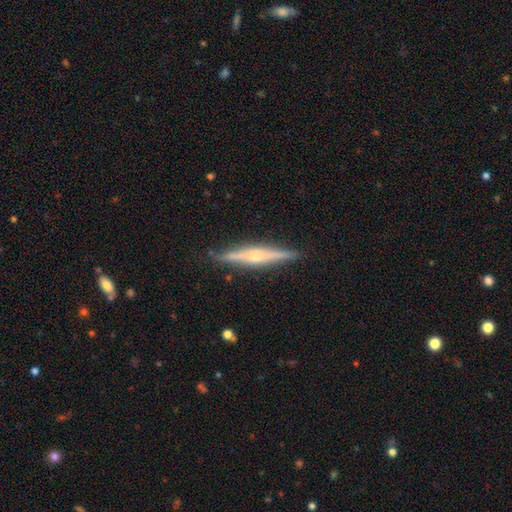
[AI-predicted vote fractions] A featured or disk galaxy (74%) viewed edge-on (97%) with a rounded central bulge (75%). Merging: none (89%).